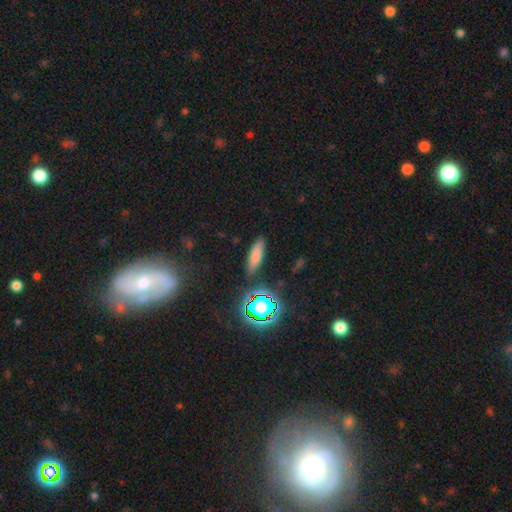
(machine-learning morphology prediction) Smooth or featured: smooth — 71% (star or artifact — 18%)
How rounded: cigar-shaped — 53% (in between — 43%)
Merging: none — 85% (minor disturbance — 10%)